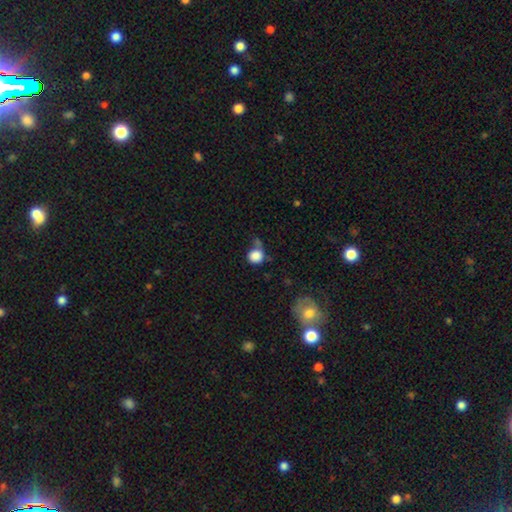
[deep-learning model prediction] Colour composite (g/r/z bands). It shows a smooth galaxy with no disk features (86%) that is round (87%). Merging: none (53%).